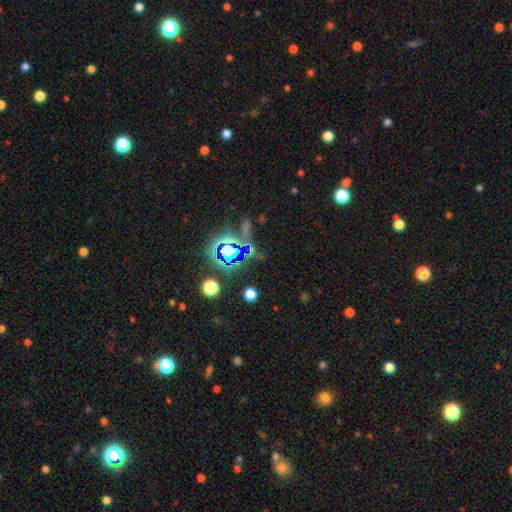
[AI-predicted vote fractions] A star or artifact, not a galaxy (75%).